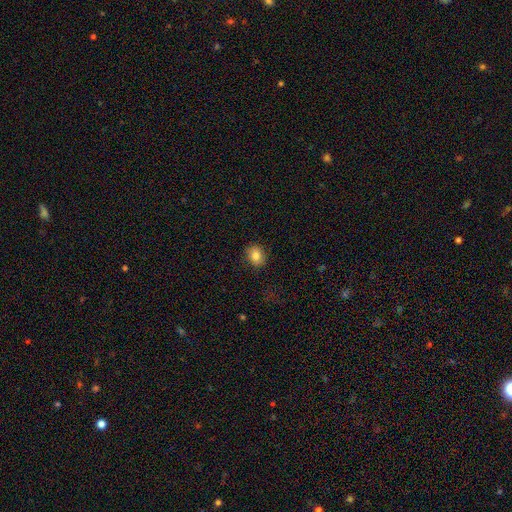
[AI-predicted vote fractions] Smooth or featured: smooth — 82% (star or artifact — 10%)
How rounded: round — 59% (in between — 40%)
Merging: none — 85% (minor disturbance — 11%)